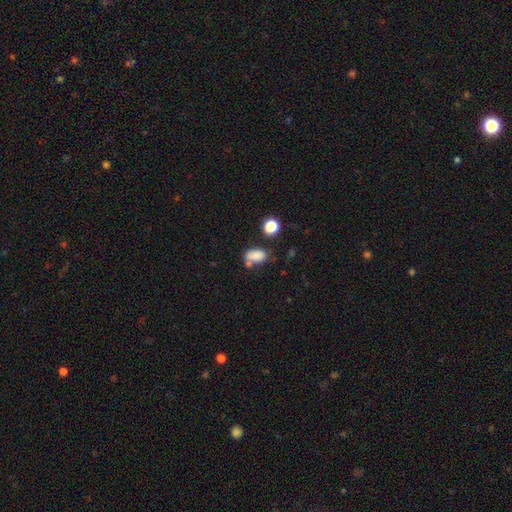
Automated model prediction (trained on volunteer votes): This is clearly a smooth galaxy (80%). How rounded: clearly in between (87%). Merging: possibly none (47%).